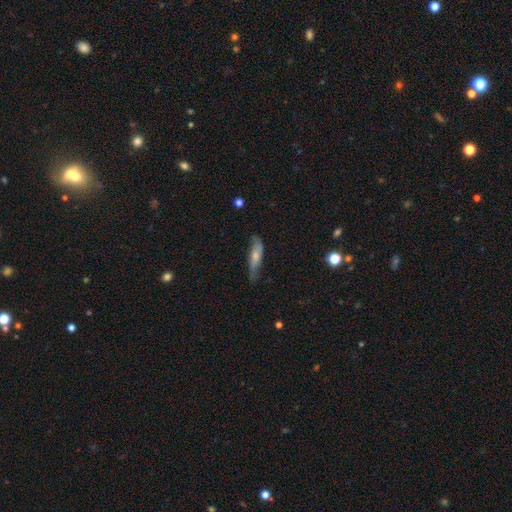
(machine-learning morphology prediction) type=smooth (57%); roundness=cigar-shaped (63%); merging=none (53%).